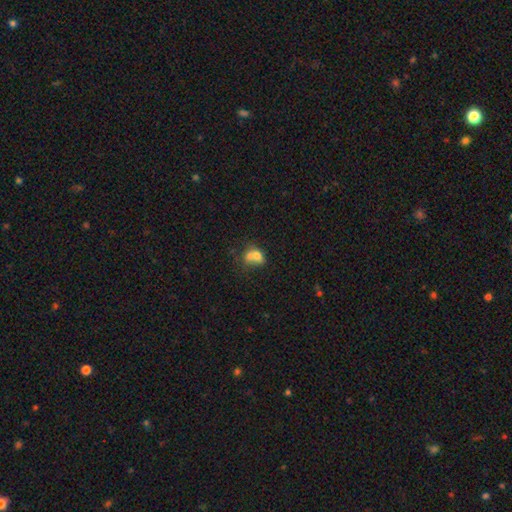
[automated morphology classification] Q: Smooth or featured?
A: smooth (68%); runner-up: featured or disk (21%)
Q: How rounded?
A: in between (54%); runner-up: round (45%)
Q: Merging?
A: merger (64%); runner-up: none (21%)